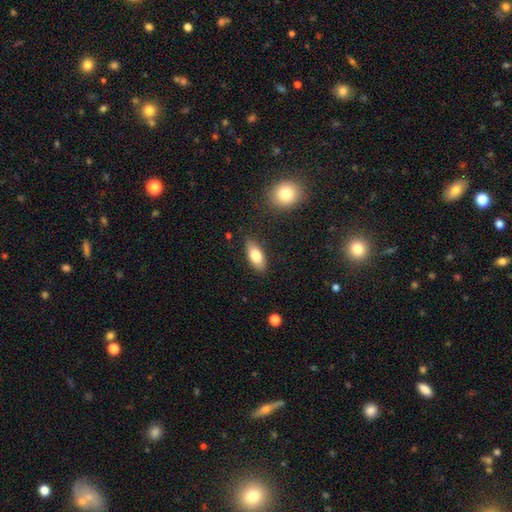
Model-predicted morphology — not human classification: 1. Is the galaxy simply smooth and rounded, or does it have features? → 78% smooth, 16% featured or disk, 7% star or artifact.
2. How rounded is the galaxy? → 84% in between, 13% cigar-shaped, 3% round.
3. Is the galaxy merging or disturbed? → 85% none, 11% minor disturbance, 2% major disturbance, 2% merger.